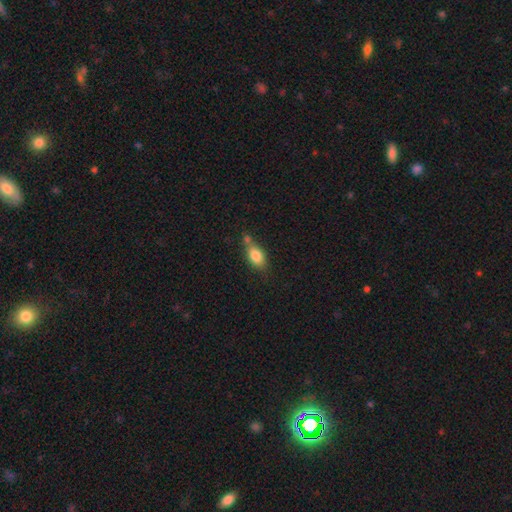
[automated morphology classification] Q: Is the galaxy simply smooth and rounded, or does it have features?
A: smooth — 81%.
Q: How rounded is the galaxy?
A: in between — 84%.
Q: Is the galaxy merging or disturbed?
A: none — 46%.